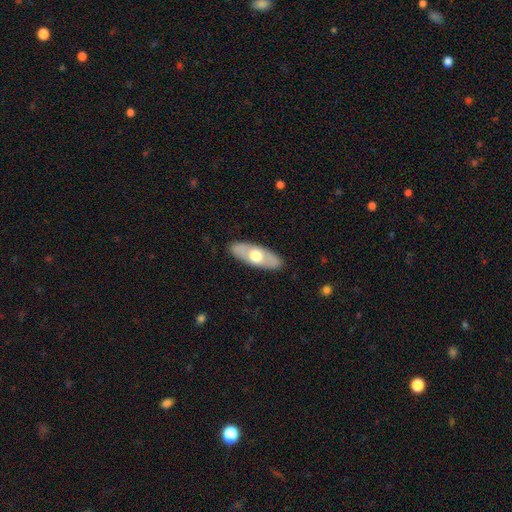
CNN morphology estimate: The model was most divided on "smooth or featured": smooth: 52%, featured or disk: 43%, star or artifact: 5%. More confident: merging — none (88%); how rounded — in between (76%).